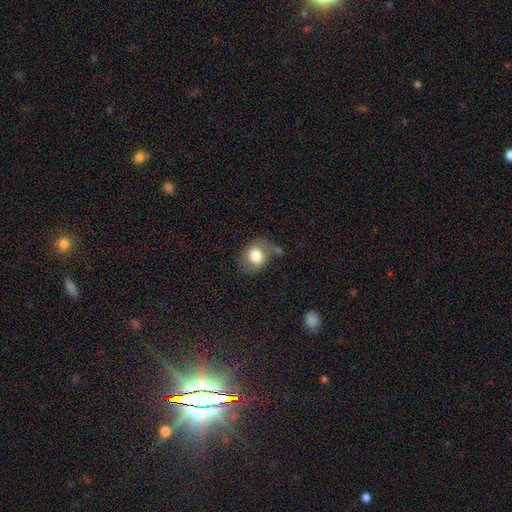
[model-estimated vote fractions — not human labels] Morphology: type=smooth (75%); roundness=in between (51%); merging=none (52%).